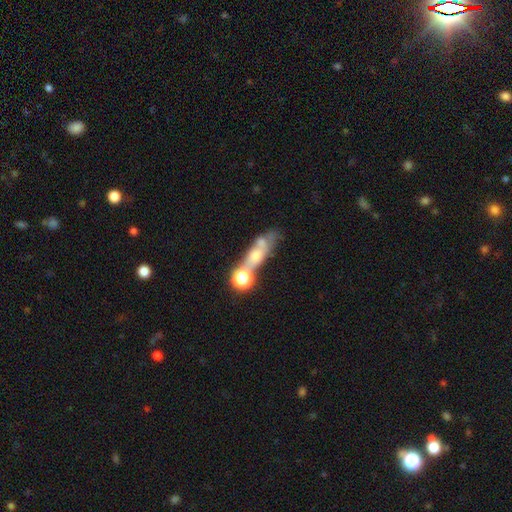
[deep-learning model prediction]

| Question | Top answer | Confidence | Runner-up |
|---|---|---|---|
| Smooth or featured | featured or disk | 42% | smooth (39%) |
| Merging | merger | 36% | tied: none (36%) |